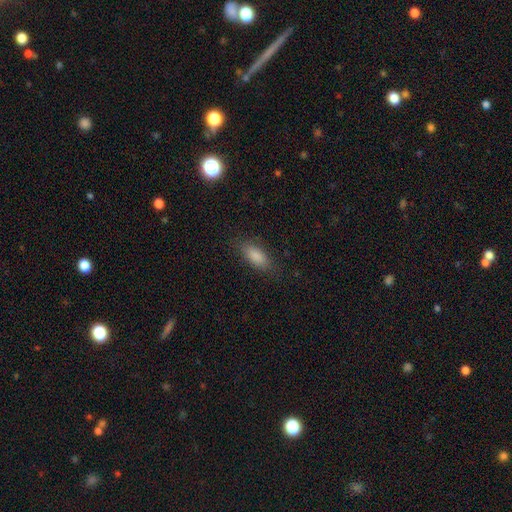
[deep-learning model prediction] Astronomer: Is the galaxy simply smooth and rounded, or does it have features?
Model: smooth — 82%.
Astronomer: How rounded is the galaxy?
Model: in between — 77%.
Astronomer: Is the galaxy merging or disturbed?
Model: none — 84%.